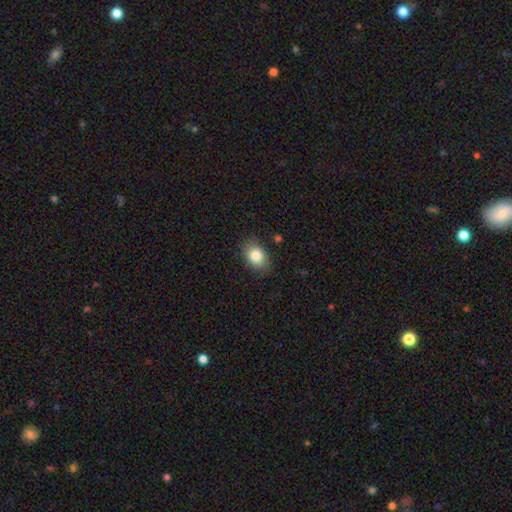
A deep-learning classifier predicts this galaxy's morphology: Smooth or featured: smooth — 83% (star or artifact — 9%)
How rounded: in between — 71% (round — 28%)
Merging: none — 83% (minor disturbance — 13%)